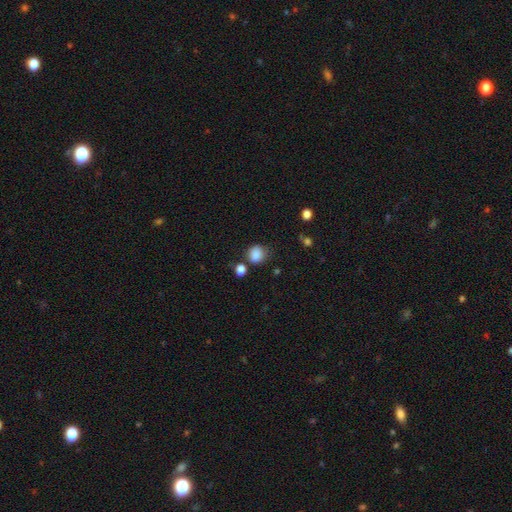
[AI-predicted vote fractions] A smooth galaxy with no disk features (85%) that is round (77%).

Vote fractions:
- Smooth or featured? smooth: 85% / star or artifact: 10% / featured or disk: 4%
- How rounded? round: 77% / in between: 22% / cigar-shaped: 1%
- Merging? none: 67% / minor disturbance: 18% / merger: 9% / major disturbance: 6%